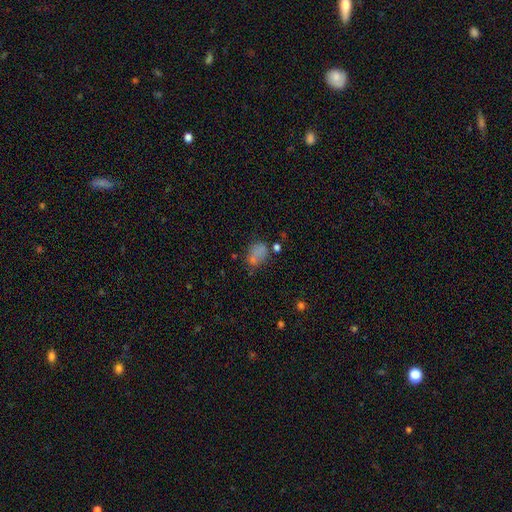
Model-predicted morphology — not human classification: Smooth or featured: smooth — 62% (star or artifact — 23%)
How rounded: in between — 73% (round — 24%)
Merging: none — 52% (minor disturbance — 21%)